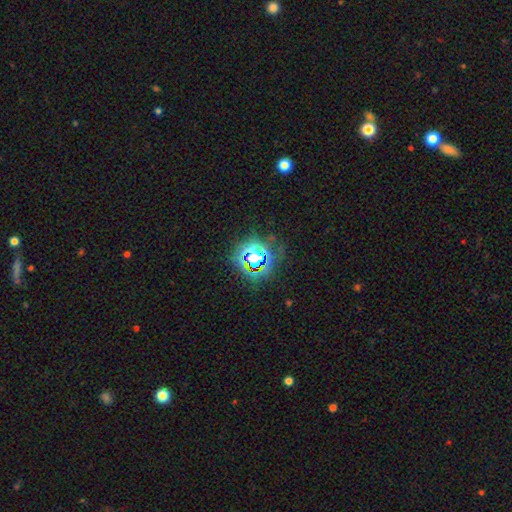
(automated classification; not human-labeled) A star or artifact, not a galaxy (60%).

Vote fractions:
- Smooth or featured? star or artifact: 60% / smooth: 28% / featured or disk: 12%